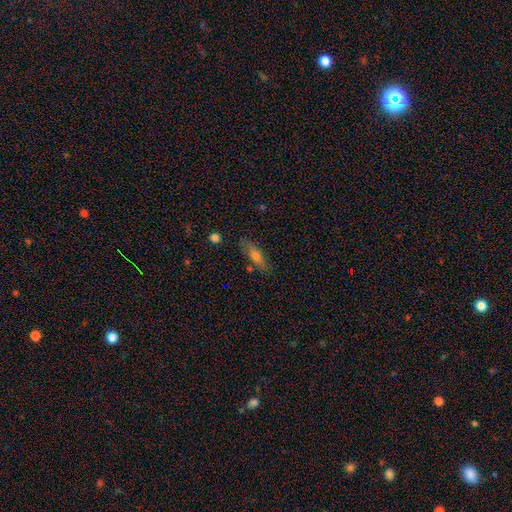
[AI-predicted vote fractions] smooth_or_featured: smooth (p=0.57) [alt: featured or disk p=0.33]
how_rounded: cigar-shaped (p=0.55) [alt: in between p=0.41]
merging: none (p=0.81) [alt: minor disturbance p=0.13]